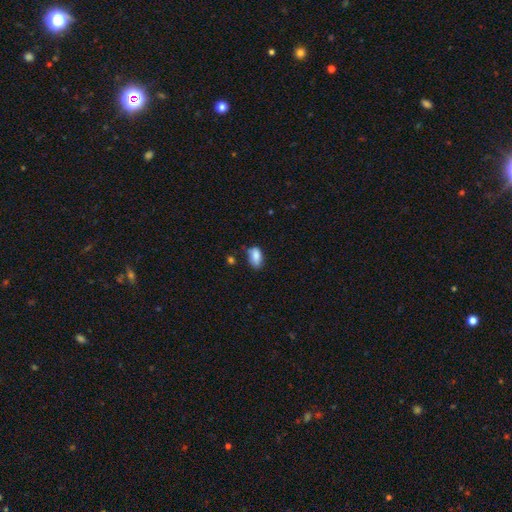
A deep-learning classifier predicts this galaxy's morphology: smooth 85%, star or artifact 8%, featured or disk 7%. Down the decision tree: how rounded — in between (91%); merging — none (54%).